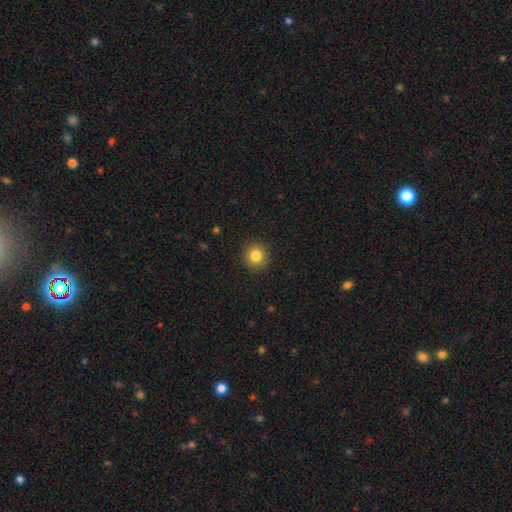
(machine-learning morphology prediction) The model was most divided on "smooth or featured": smooth: 83%, star or artifact: 11%, featured or disk: 5%. More confident: how rounded — round (93%); merging — none (92%).